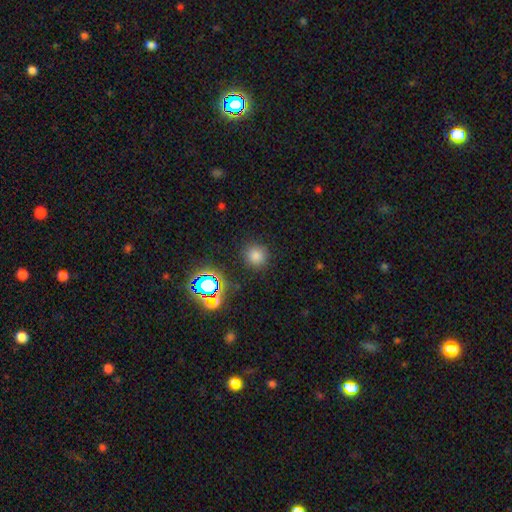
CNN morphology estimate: smooth 74%, star or artifact 21%, featured or disk 5%. Down the decision tree: how rounded — round (92%); merging — none (87%).